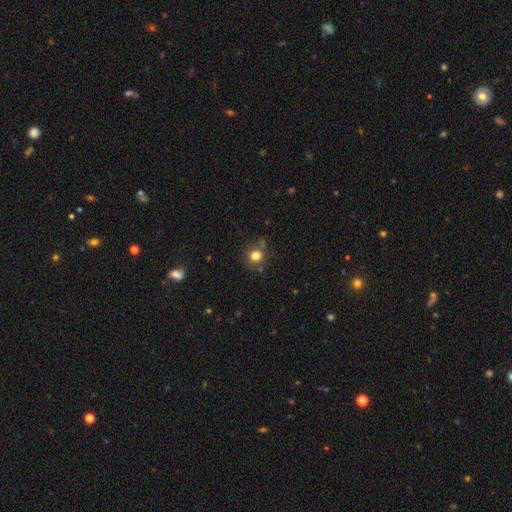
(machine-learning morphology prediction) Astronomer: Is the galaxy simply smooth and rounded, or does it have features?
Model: smooth — 79%.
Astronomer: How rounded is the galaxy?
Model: round — 88%.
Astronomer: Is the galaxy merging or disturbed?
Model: none — 75%.